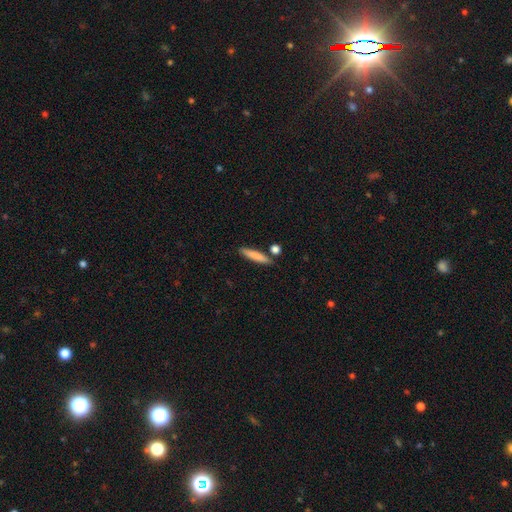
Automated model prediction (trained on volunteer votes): A smooth galaxy with no disk features (82%) that is cigar-shaped (87%).

Vote fractions:
- Smooth or featured? smooth: 82% / featured or disk: 12% / star or artifact: 6%
- How rounded? cigar-shaped: 87% / in between: 11% / round: 2%
- Merging? none: 82% / minor disturbance: 9% / merger: 6% / major disturbance: 2%